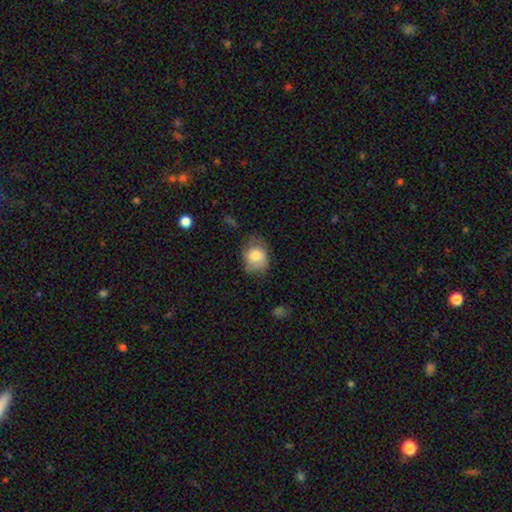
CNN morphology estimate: A smooth galaxy with no disk features (77%) that is round (53%). Merging: none (50%).